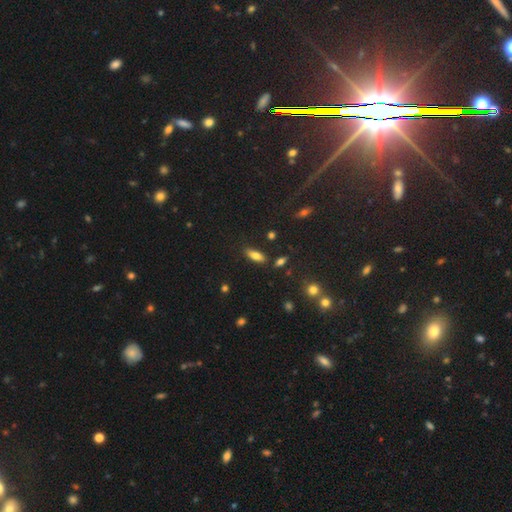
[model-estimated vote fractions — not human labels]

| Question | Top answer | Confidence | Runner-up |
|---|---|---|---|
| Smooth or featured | smooth | 73% | featured or disk (18%) |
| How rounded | in between | 71% | cigar-shaped (26%) |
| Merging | none | 81% | minor disturbance (12%) |